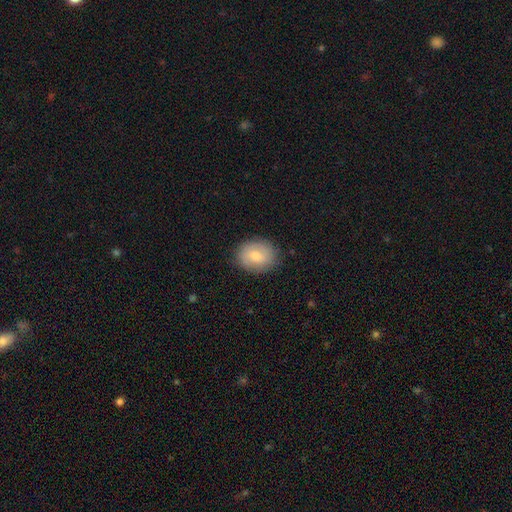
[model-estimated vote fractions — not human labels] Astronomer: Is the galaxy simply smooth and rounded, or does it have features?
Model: smooth — 68%.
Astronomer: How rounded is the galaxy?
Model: round — 52% (runner-up: in between, 47%).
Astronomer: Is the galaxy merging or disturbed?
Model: none — 84%.